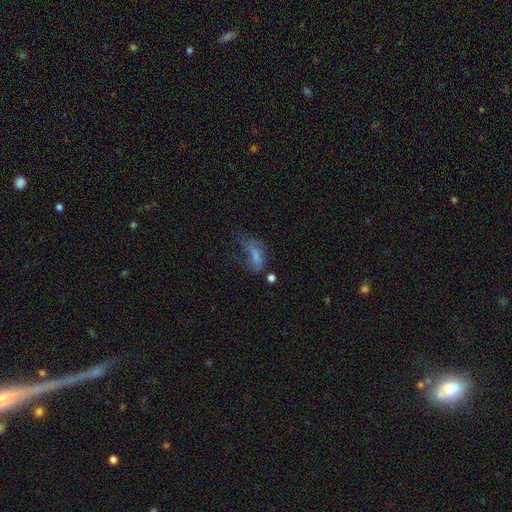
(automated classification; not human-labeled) Smooth or featured? smooth (53%)
How rounded? in between (81%)
Merging? major disturbance (51%)